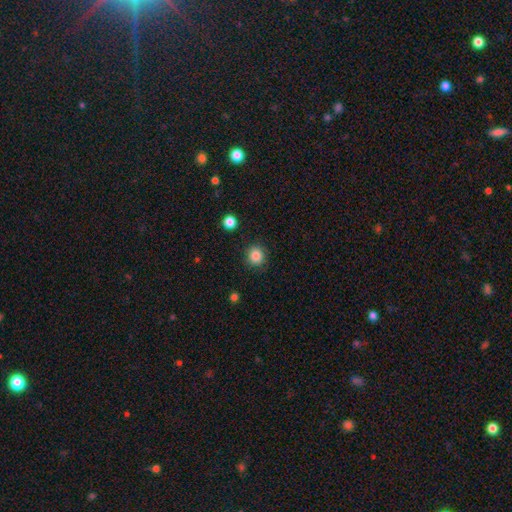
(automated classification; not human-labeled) Q: Smooth or featured?
A: smooth (85%); runner-up: star or artifact (11%)
Q: How rounded?
A: round (90%); runner-up: in between (9%)
Q: Merging?
A: none (89%); runner-up: minor disturbance (7%)